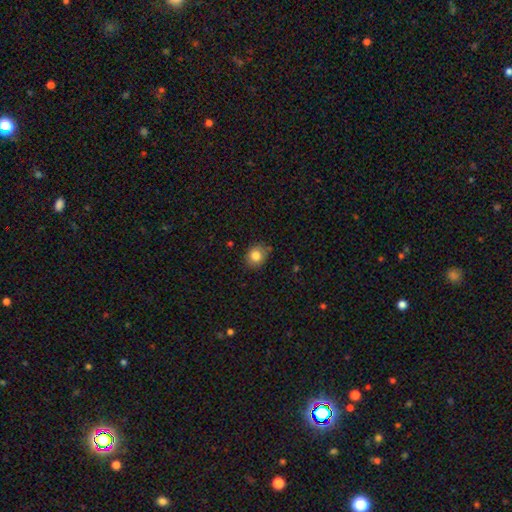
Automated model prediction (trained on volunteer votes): smooth 83%, star or artifact 10%, featured or disk 7%. Down the decision tree: how rounded — round (67%); merging — none (77%).